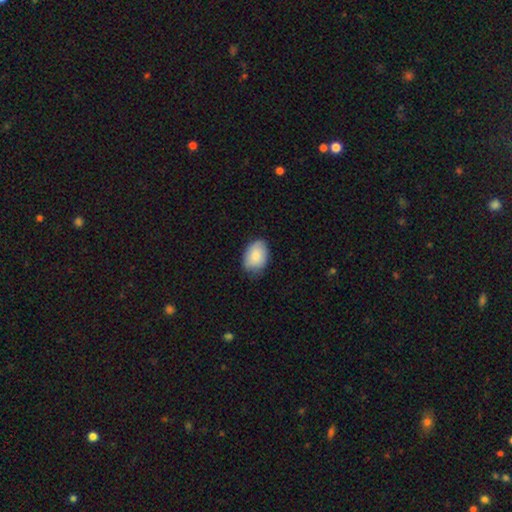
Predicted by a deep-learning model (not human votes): A smooth galaxy with no disk features (87%) that is in between round and cigar-shaped (84%).

Vote fractions:
- Smooth or featured? smooth: 87% / featured or disk: 7% / star or artifact: 6%
- How rounded? in between: 84% / round: 15% / cigar-shaped: 1%
- Merging? none: 74% / minor disturbance: 22% / major disturbance: 3% / merger: 1%